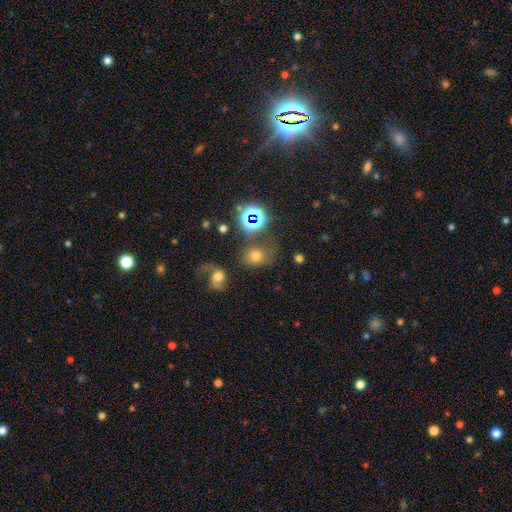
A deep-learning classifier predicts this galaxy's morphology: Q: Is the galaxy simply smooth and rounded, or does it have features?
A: smooth — 64%.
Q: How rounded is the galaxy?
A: round — 58%.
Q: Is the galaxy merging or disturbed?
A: none — 48%.